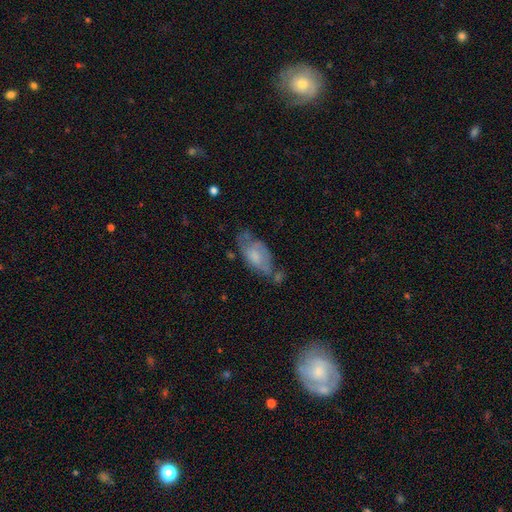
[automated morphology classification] Smooth or featured? Predicted: smooth (p=0.52). How rounded? Predicted: in between (p=0.86). Merging? Predicted: none (p=0.38).